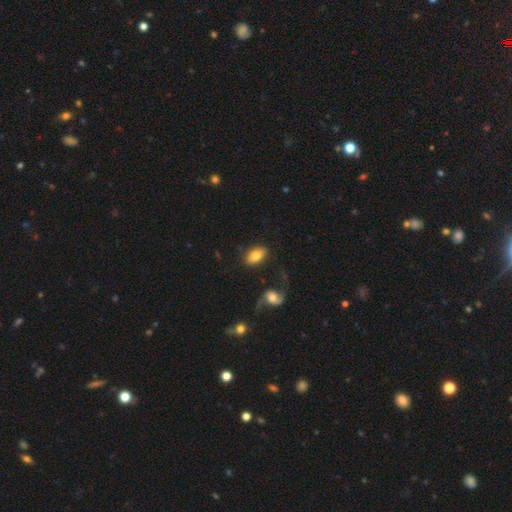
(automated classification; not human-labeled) Smooth or featured? Predicted: smooth (p=0.74). How rounded? Predicted: in between (p=0.89). Merging? Predicted: none (p=0.79).